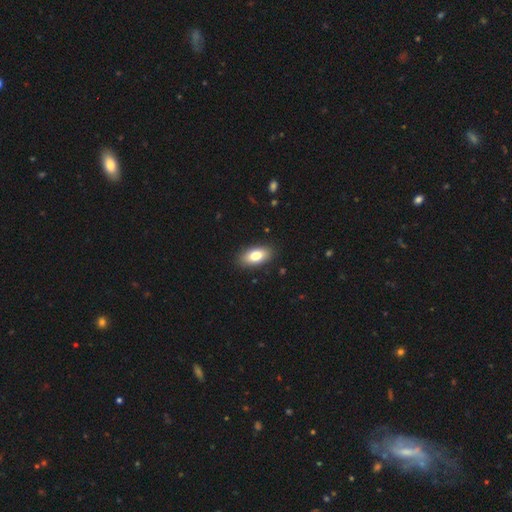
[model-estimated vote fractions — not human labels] smooth 81%, featured or disk 12%, star or artifact 7%. Down the decision tree: how rounded — in between (91%); merging — none (88%).